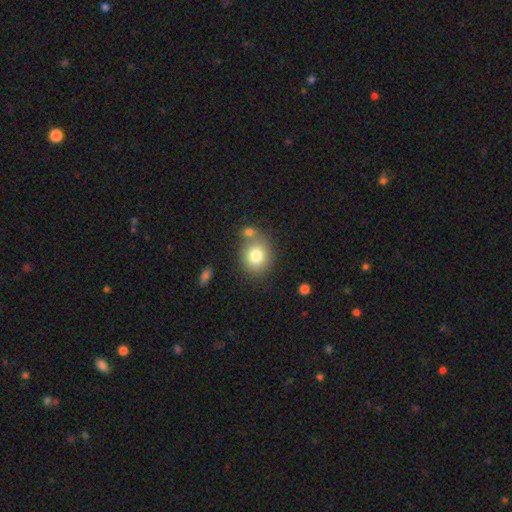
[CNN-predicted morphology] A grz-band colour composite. It shows a smooth galaxy with no disk features (79%) that is round (71%). Merging: none (62%).